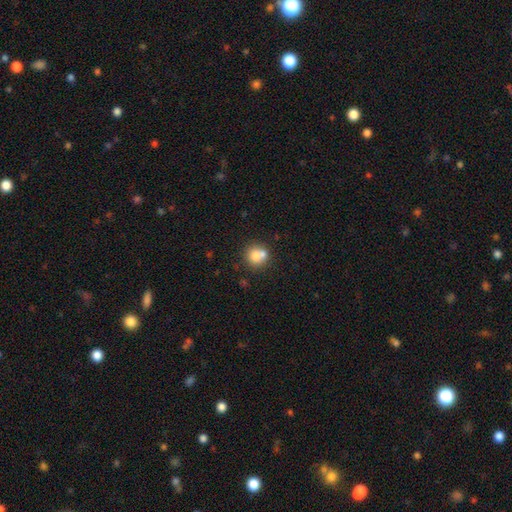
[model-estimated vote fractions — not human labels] Q: Smooth or featured?
A: smooth (73%); runner-up: featured or disk (16%)
Q: How rounded?
A: round (87%); runner-up: in between (12%)
Q: Merging?
A: none (47%); runner-up: merger (39%)